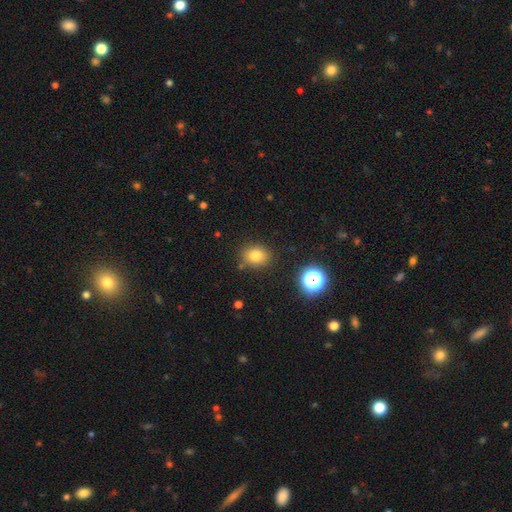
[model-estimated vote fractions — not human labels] Smooth or featured: smooth — 78% (star or artifact — 14%)
How rounded: round — 52% (in between — 47%)
Merging: none — 84% (minor disturbance — 10%)